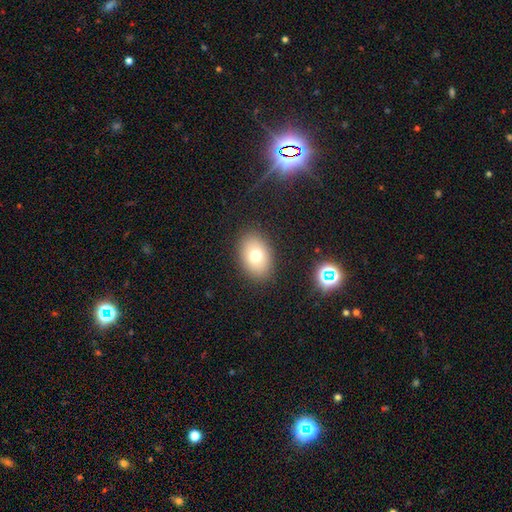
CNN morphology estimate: Overall: smooth (73%). How rounded: in between (76%). Merging: none (87%).